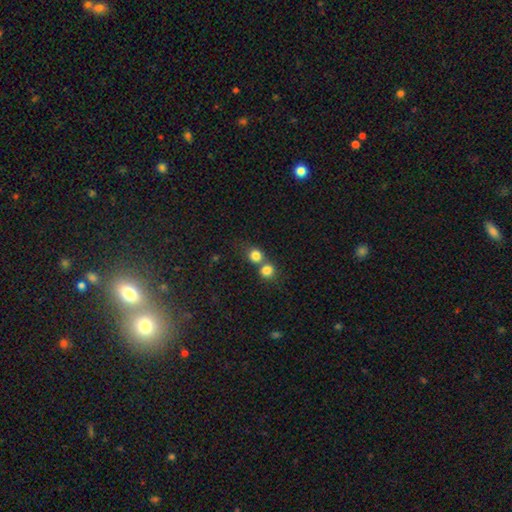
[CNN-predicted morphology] smooth 81%, star or artifact 12%, featured or disk 7%. Down the decision tree: how rounded — round (84%); merging — merger (49%).